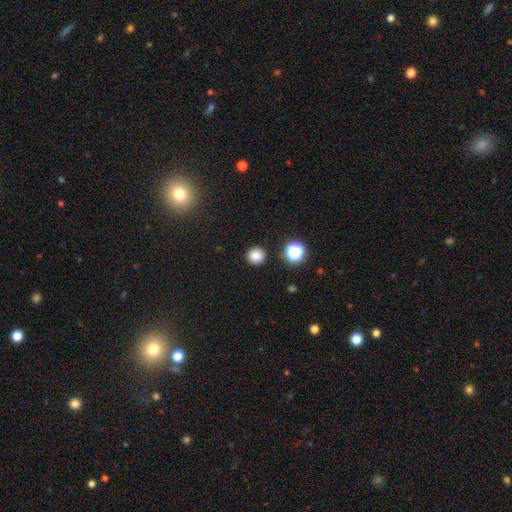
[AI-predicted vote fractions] Smooth or featured? Predicted: smooth (p=0.83). How rounded? Predicted: round (p=0.94). Merging? Predicted: none (p=0.91).